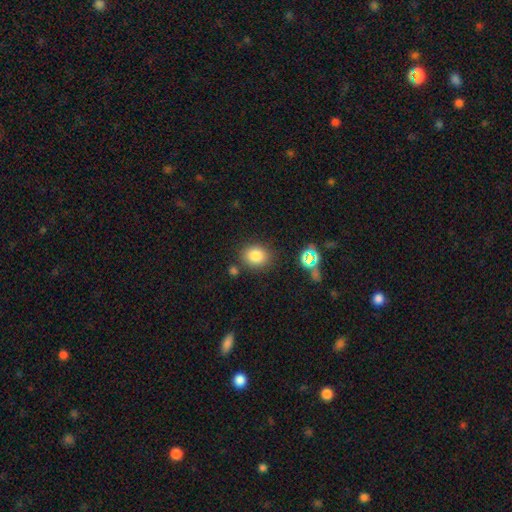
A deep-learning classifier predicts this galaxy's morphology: Q: Smooth or featured?
A: smooth (81%); runner-up: star or artifact (12%)
Q: How rounded?
A: round (64%); runner-up: in between (35%)
Q: Merging?
A: none (80%); runner-up: minor disturbance (11%)